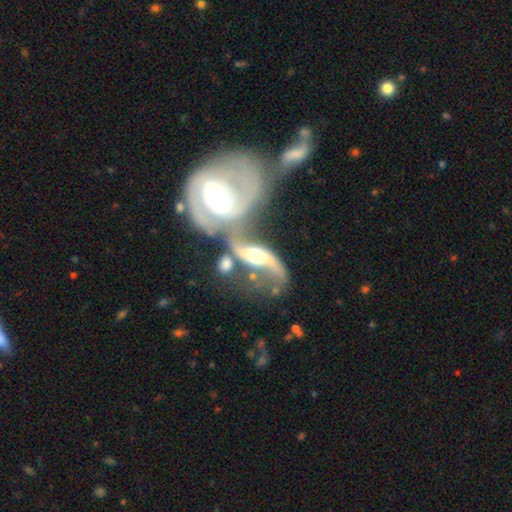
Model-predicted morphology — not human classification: Smooth or featured? featured or disk (82%)
Edge-on disk? no (89%)
Bar? no (45%)
Spiral arms? yes (92%)
Spiral winding? loose (81%)
Spiral arm count? 2 (90%)
Bulge size? moderate (58%)
Merging? merger (65%)